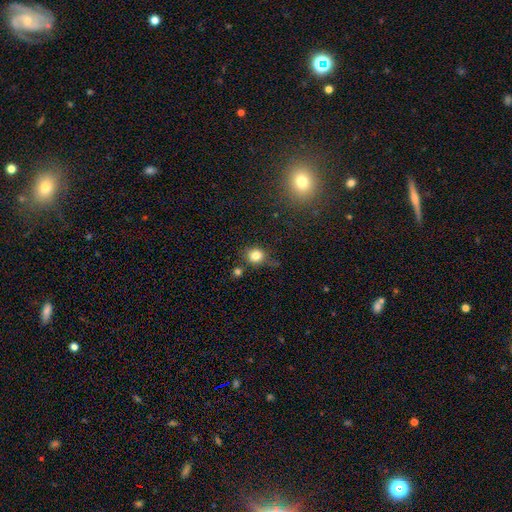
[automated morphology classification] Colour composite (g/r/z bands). It shows a smooth galaxy with no disk features (81%) that is round (83%). Merging: none (69%).